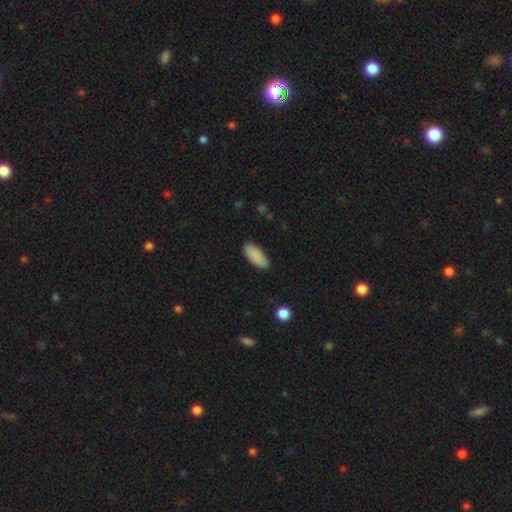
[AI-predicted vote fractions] smooth 89%, star or artifact 7%, featured or disk 5%. Down the decision tree: how rounded — in between (82%); merging — none (82%).